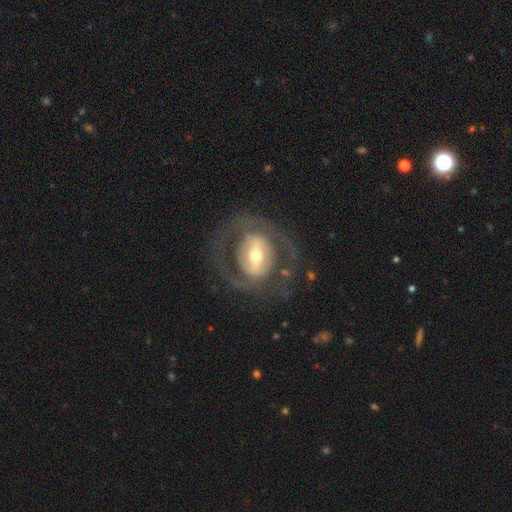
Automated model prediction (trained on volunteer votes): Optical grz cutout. It shows a featured or disk galaxy (73%) with a strong bar (42%), no spiral arms (50%, tied with yes) and a moderate central bulge (61%). Merging: none (70%).